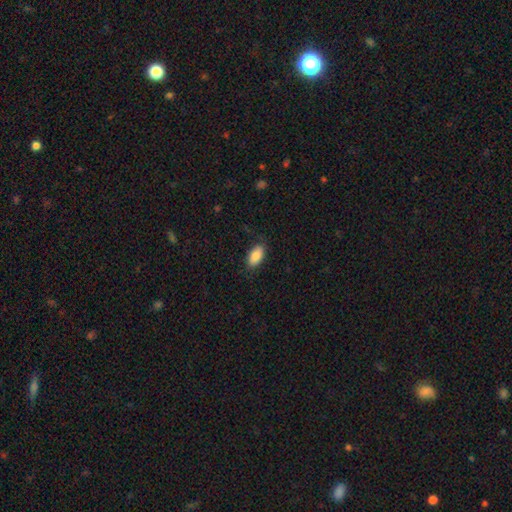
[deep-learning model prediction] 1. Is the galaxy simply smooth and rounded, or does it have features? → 87% smooth, 7% star or artifact, 6% featured or disk.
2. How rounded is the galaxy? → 93% in between, 4% cigar-shaped, 3% round.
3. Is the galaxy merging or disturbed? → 83% none, 13% minor disturbance, 3% major disturbance, 1% merger.